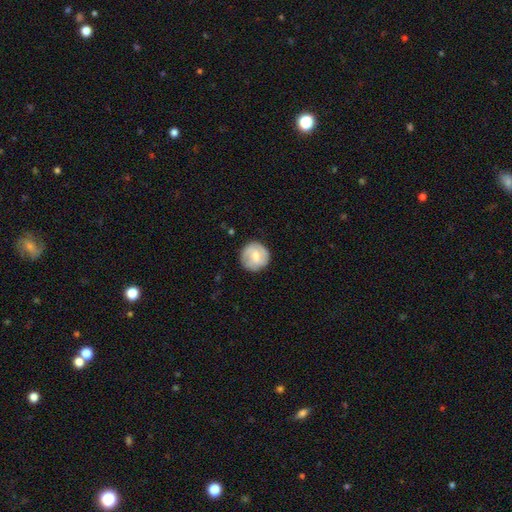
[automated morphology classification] Overall: smooth (54%; featured or disk 40%). How rounded: round (93%). Merging: none (83%).